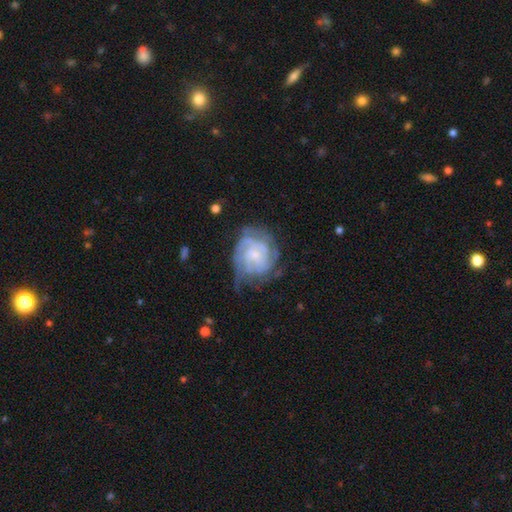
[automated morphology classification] Smooth or featured?
  - featured or disk: 80% *
  - smooth: 14%
  - star or artifact: 6%
Edge-on disk?
  - no: 98% *
  - yes: 2%
Bar?
  - no: 67% *
  - weak: 28%
  - strong: 5%
Spiral arms?
  - yes: 92% *
  - no: 8%
Spiral winding?
  - tight: 60% *
  - medium: 30%
  - loose: 9%
Spiral arm count?
  - can't tell: 38% *
  - 3: 21%
  - 2: 20%
  - 4: 11%
  - 1: 5%
  - more than 4: 5%
Bulge size?
  - small: 70% *
  - moderate: 22%
  - none: 5%
  - large: 2%
  - dominant: 1%
Merging?
  - none: 53% *
  - minor disturbance: 26%
  - major disturbance: 19%
  - merger: 2%